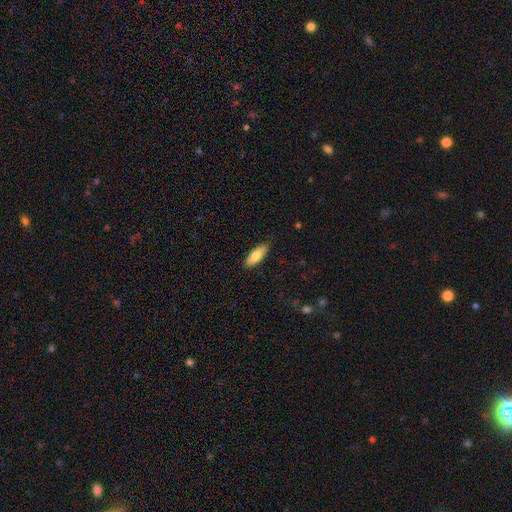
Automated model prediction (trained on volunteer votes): A smooth galaxy with no disk features (78%) that is in between round and cigar-shaped (66%).

Vote fractions:
- Smooth or featured? smooth: 78% / featured or disk: 16% / star or artifact: 6%
- How rounded? in between: 66% / cigar-shaped: 33% / round: 2%
- Merging? none: 85% / minor disturbance: 12% / major disturbance: 2% / merger: 1%